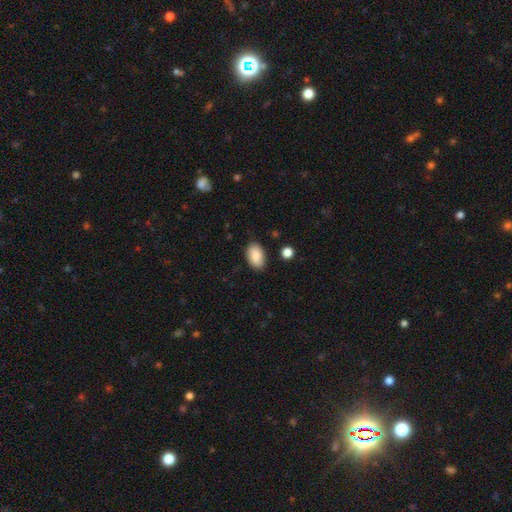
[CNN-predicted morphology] The model was most divided on "merging": none: 83%, minor disturbance: 13%, major disturbance: 3%, merger: 2%. More confident: how rounded — in between (92%); smooth or featured — smooth (85%).